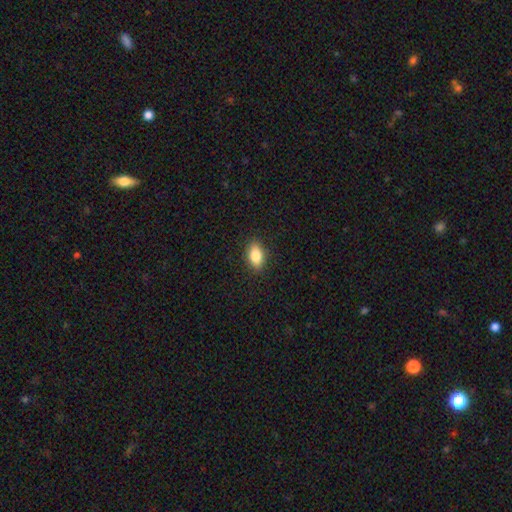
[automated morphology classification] Smooth or featured: smooth — 84% (featured or disk — 9%)
How rounded: in between — 88% (round — 9%)
Merging: none — 89% (minor disturbance — 8%)